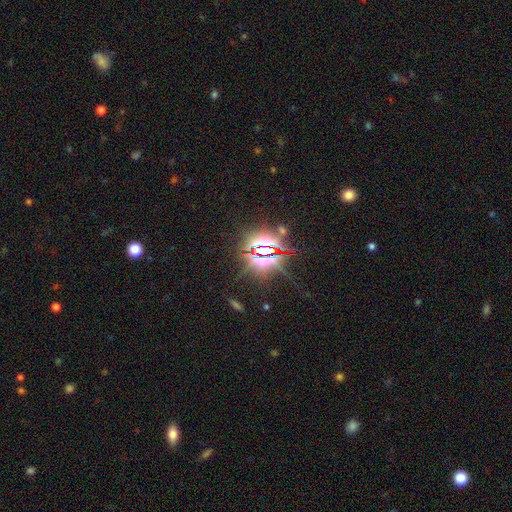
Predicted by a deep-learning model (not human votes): smooth-or-featured: star or artifact: 86% | smooth: 8% | featured or disk: 5%